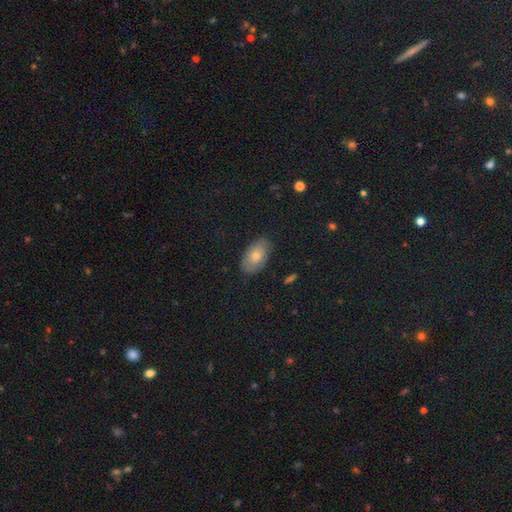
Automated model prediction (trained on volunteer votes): smooth-or-featured: smooth: 66% | featured or disk: 18% | star or artifact: 15%
  how-rounded: in between: 92% | round: 5% | cigar-shaped: 2%
  merging: none: 85% | minor disturbance: 12% | major disturbance: 3% | merger: 1%